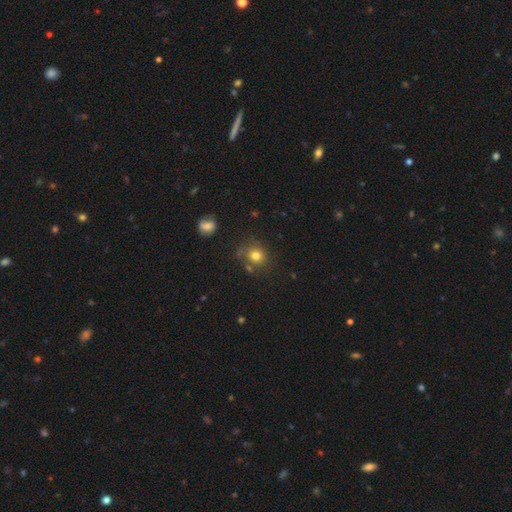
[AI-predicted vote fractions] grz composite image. It shows a smooth galaxy with no disk features (76%) that is round (81%). Merging: none (68%).